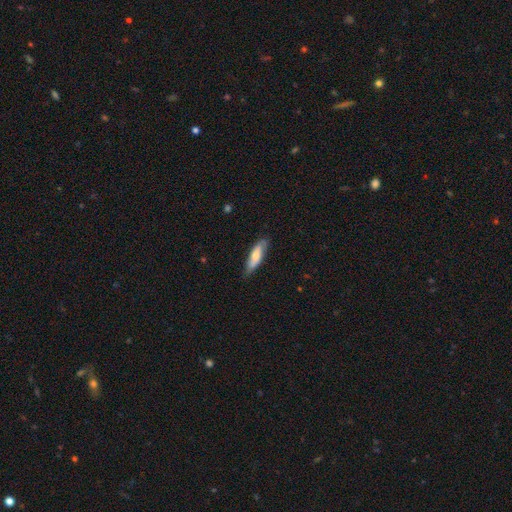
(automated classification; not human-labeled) This appears to be a smooth galaxy with no disk features (61%) that is cigar-shaped (62%). Merging: none (77%).